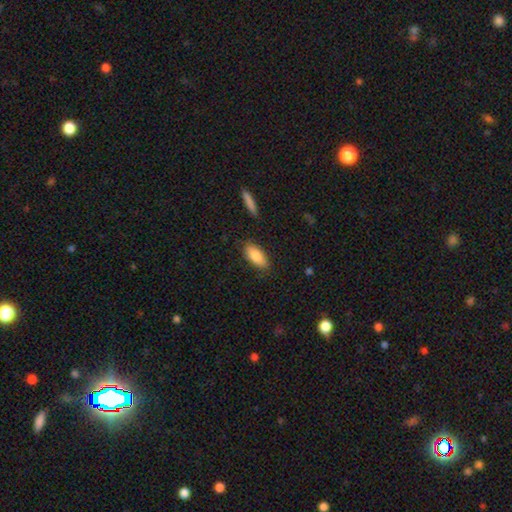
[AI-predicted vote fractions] Overall: smooth (85%). How rounded: in between (87%). Merging: none (82%).